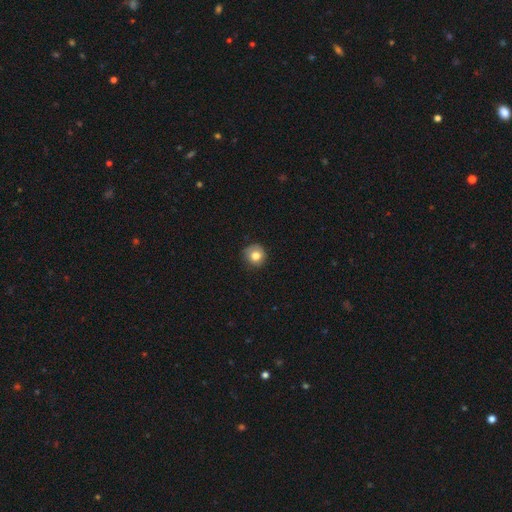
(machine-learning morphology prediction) Smooth or featured?
  - smooth: 78% *
  - featured or disk: 12%
  - star or artifact: 10%
How rounded?
  - round: 92% *
  - in between: 7%
  - cigar-shaped: 1%
Merging?
  - none: 79% *
  - minor disturbance: 16%
  - major disturbance: 4%
  - merger: 1%